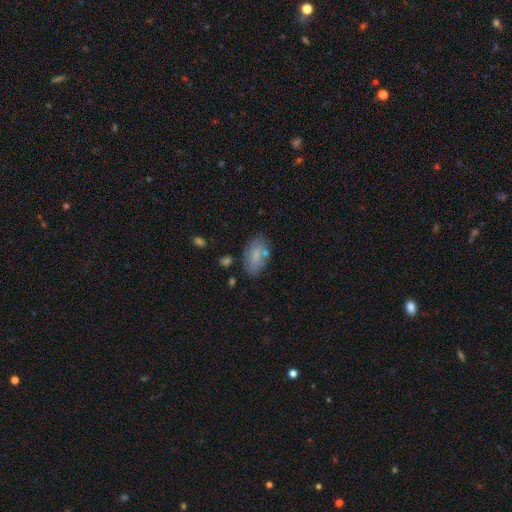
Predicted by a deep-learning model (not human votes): This is likely a smooth galaxy (76%). How rounded: clearly in between (92%). Merging: likely none (70%).